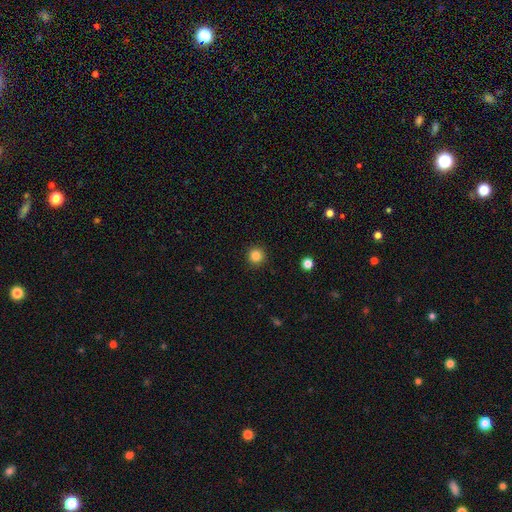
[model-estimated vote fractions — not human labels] Q: Smooth or featured?
A: smooth (84%); runner-up: star or artifact (12%)
Q: How rounded?
A: round (95%); runner-up: in between (4%)
Q: Merging?
A: none (92%); runner-up: minor disturbance (5%)